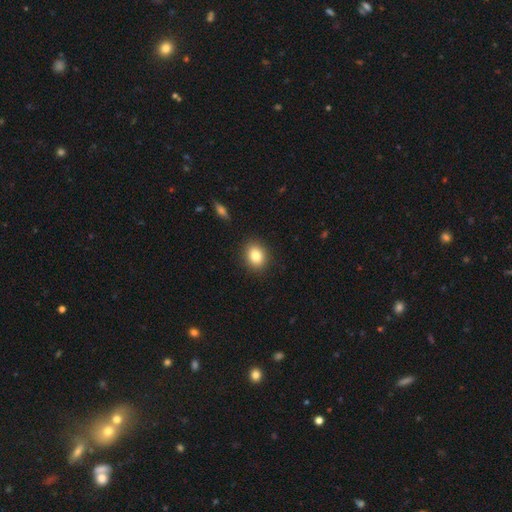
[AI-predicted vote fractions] Smooth or featured: smooth — 83% (star or artifact — 10%)
How rounded: round — 51% (in between — 48%)
Merging: none — 89% (minor disturbance — 7%)